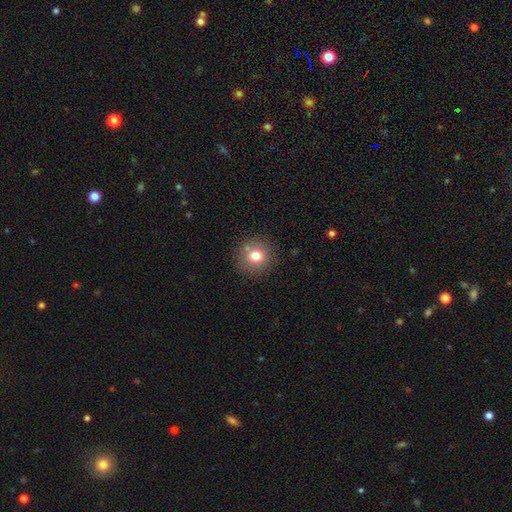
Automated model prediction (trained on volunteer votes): The model was most divided on "smooth or featured": smooth: 77%, star or artifact: 12%, featured or disk: 11%. More confident: how rounded — round (91%); merging — none (84%).